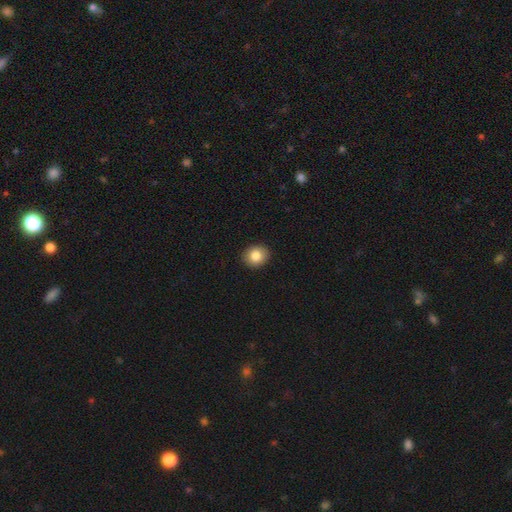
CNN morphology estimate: The model was most divided on "how rounded": round: 69%, in between: 30%, cigar-shaped: 1%. More confident: merging — none (91%); smooth or featured — smooth (85%).